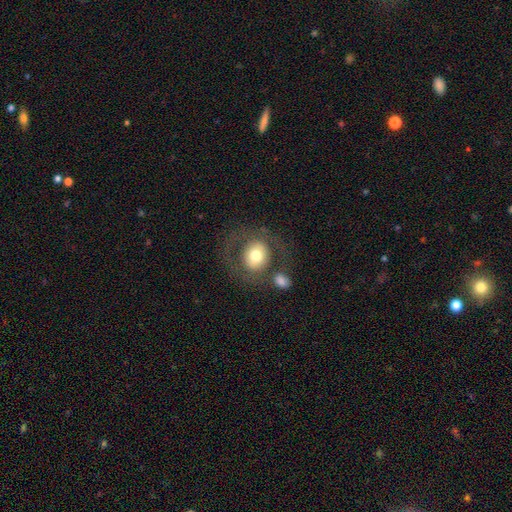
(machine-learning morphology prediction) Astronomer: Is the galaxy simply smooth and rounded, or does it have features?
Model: smooth — 62%.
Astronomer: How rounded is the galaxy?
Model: round — 77%.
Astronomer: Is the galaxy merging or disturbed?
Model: none — 60%.